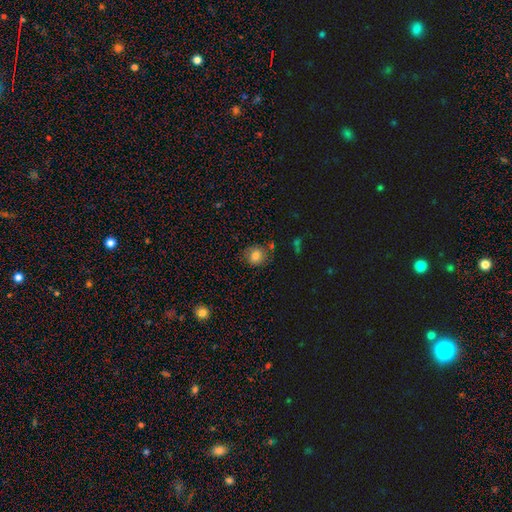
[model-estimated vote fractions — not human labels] Smooth or featured?
  - smooth: 78% *
  - featured or disk: 11%
  - star or artifact: 11%
How rounded?
  - round: 83% *
  - in between: 16%
  - cigar-shaped: 1%
Merging?
  - none: 77% *
  - minor disturbance: 15%
  - major disturbance: 5%
  - merger: 4%